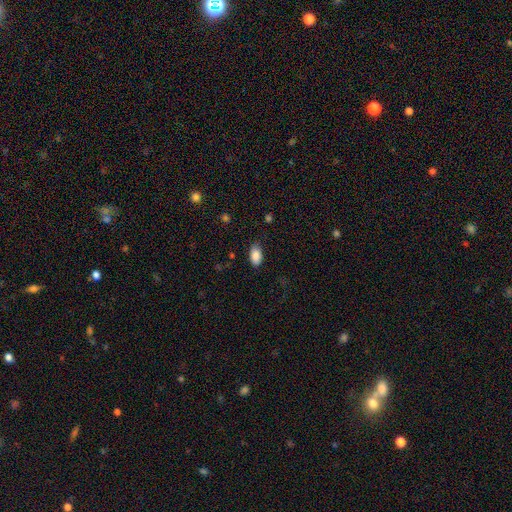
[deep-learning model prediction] This is clearly a smooth galaxy (88%). How rounded: clearly in between (94%). Merging: clearly none (80%).